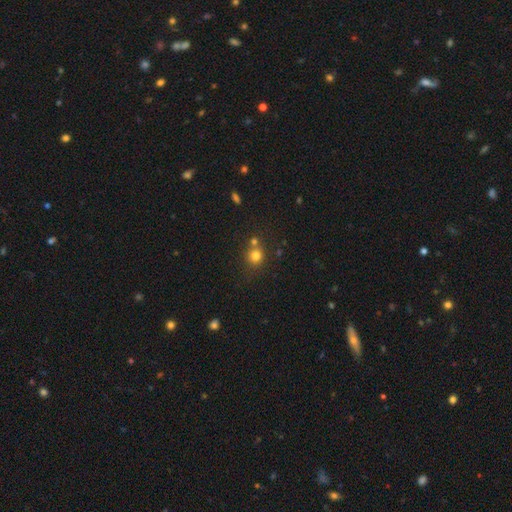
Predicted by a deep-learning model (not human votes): Smooth or featured? Predicted: smooth (p=0.78). How rounded? Predicted: round (p=0.87). Merging? Predicted: none (p=0.63).